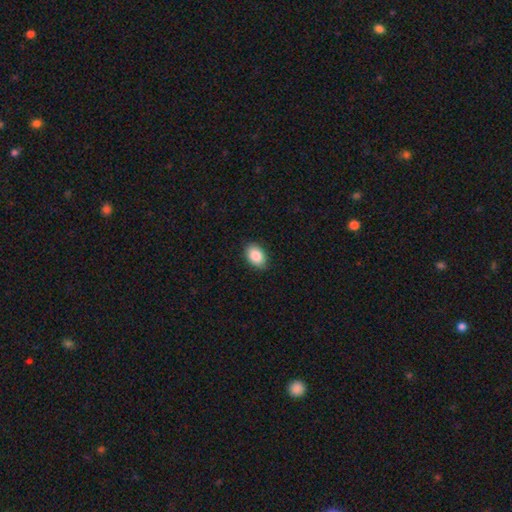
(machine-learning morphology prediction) Overall: smooth (87%). How rounded: in between (85%). Merging: none (89%).